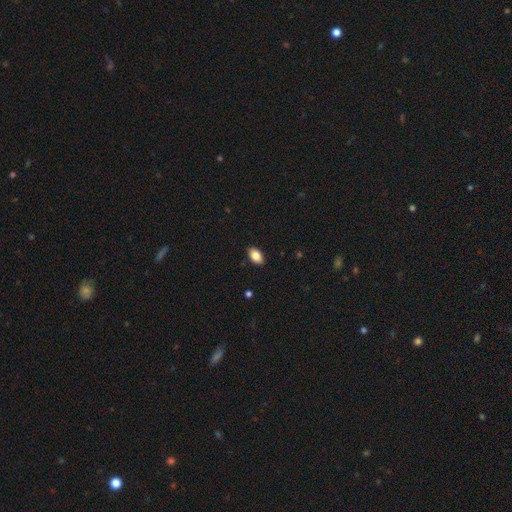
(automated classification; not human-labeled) Smooth or featured? smooth (85%)
How rounded? in between (91%)
Merging? none (89%)